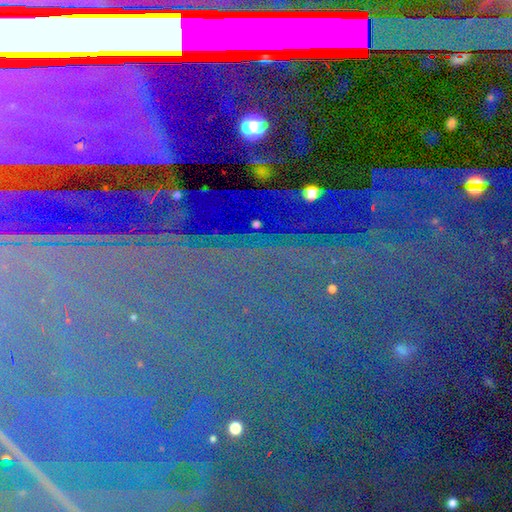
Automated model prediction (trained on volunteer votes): Q: Smooth or featured?
A: star or artifact (83%); runner-up: smooth (8%)